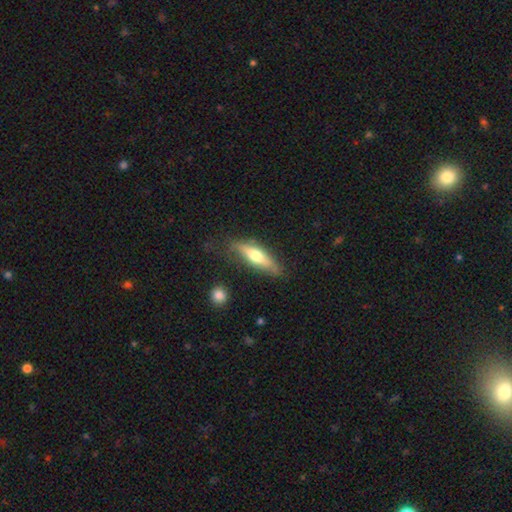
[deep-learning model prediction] smooth_or_featured: smooth (p=0.49) [alt: featured or disk p=0.45]
merging: none (p=0.73) [alt: minor disturbance p=0.19]